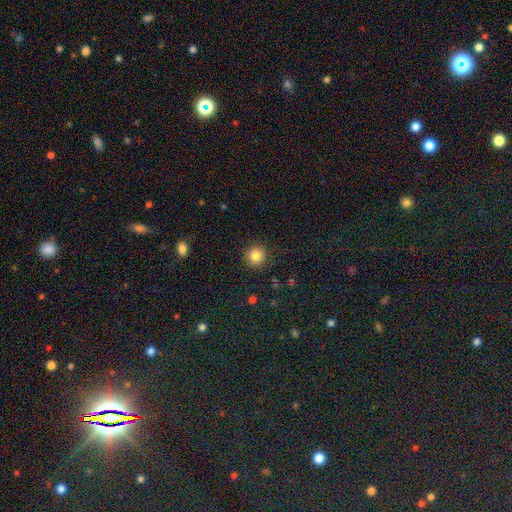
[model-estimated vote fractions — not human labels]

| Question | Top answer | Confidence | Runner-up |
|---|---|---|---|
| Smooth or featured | smooth | 85% | star or artifact (11%) |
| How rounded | round | 94% | in between (5%) |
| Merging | none | 90% | minor disturbance (6%) |